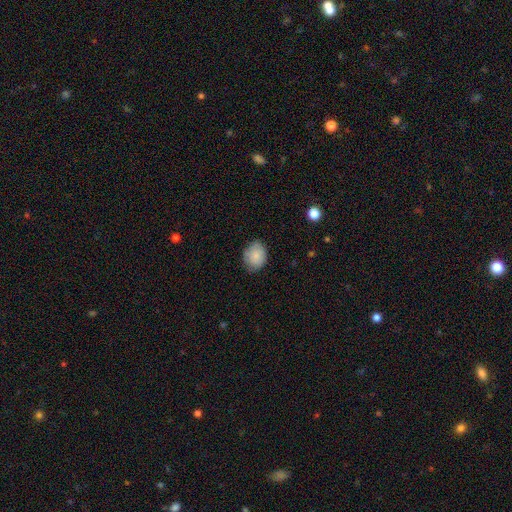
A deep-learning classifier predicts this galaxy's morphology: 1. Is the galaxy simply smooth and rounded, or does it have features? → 86% smooth, 7% featured or disk, 7% star or artifact.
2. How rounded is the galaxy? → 53% in between, 46% round, 1% cigar-shaped.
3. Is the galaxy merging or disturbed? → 77% none, 18% minor disturbance, 3% major disturbance, 1% merger.